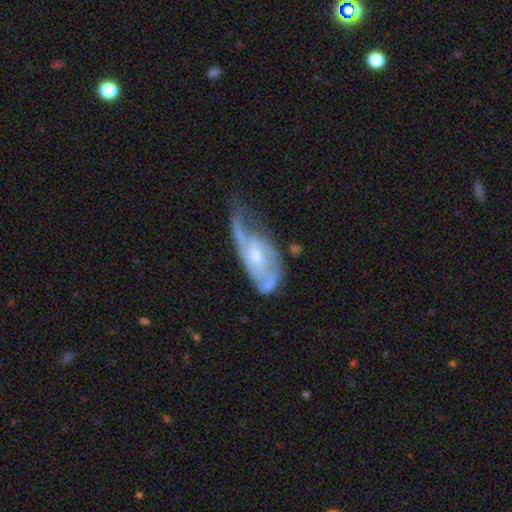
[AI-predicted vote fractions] A featured or disk galaxy (71%) with no bar (61%), spiral arms (77%) and a small central bulge (47%). Merging: major disturbance (37%).